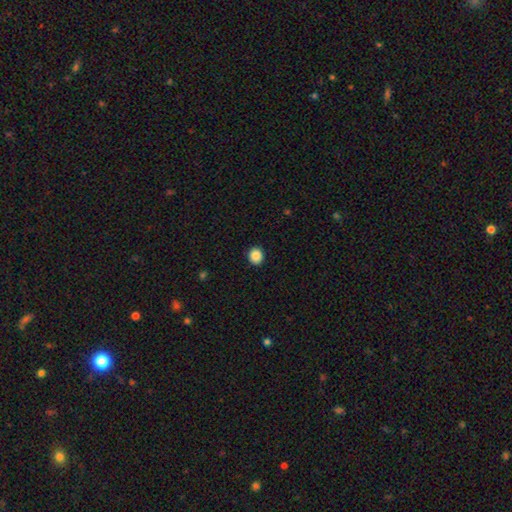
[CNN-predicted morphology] Overall: smooth (88%). How rounded: round (78%). Merging: none (92%).